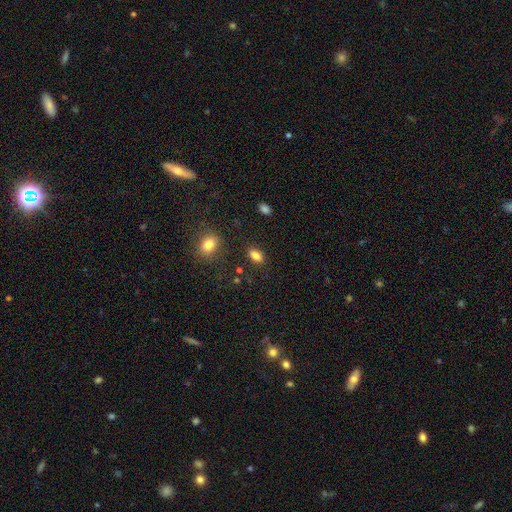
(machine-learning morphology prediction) Smooth or featured? smooth (84%)
How rounded? in between (87%)
Merging? none (84%)